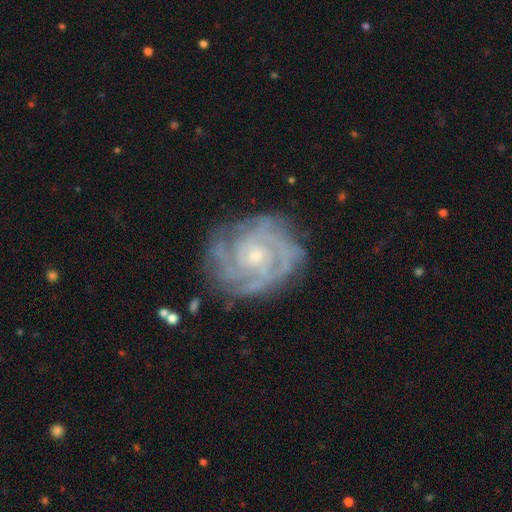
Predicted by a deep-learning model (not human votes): Q: Smooth or featured?
A: featured or disk (88%); runner-up: smooth (6%)
Q: Edge-on disk?
A: no (97%); runner-up: yes (3%)
Q: Bar?
A: no (75%); runner-up: weak (21%)
Q: Spiral arms?
A: yes (97%); runner-up: no (3%)
Q: Spiral winding?
A: tight (74%); runner-up: medium (23%)
Q: Spiral arm count?
A: 3 (26%); runner-up: 4 (24%)
Q: Bulge size?
A: small (68%); runner-up: moderate (27%)
Q: Merging?
A: none (75%); runner-up: minor disturbance (18%)